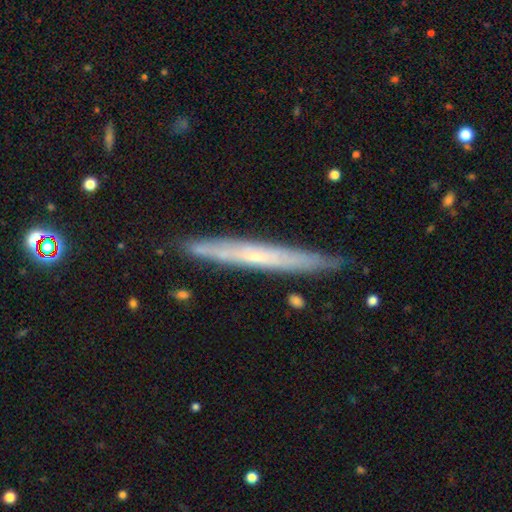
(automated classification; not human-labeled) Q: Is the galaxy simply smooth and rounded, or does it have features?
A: featured or disk — 63%.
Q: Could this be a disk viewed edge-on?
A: yes — 90%.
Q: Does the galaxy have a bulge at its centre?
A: none — 62%.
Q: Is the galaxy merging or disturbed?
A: none — 86%.